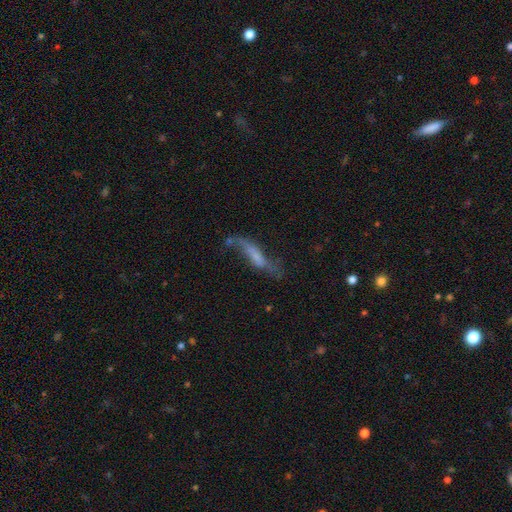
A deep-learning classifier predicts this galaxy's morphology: The model was most divided on "merging": none: 39%, major disturbance: 28%, minor disturbance: 24%, merger: 9%. More confident: edge-on disk — no (58%); smooth or featured — featured or disk (53%).